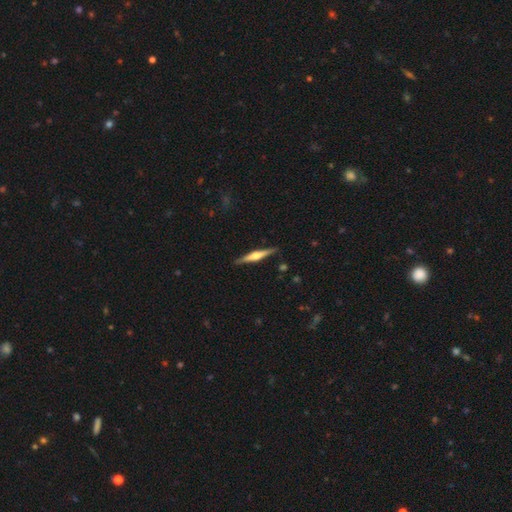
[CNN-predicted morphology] This is likely a featured or disk galaxy (69%). It is clearly viewed edge-on (98%). Edge-on bulge: clearly rounded (84%). Merging: clearly none (89%).